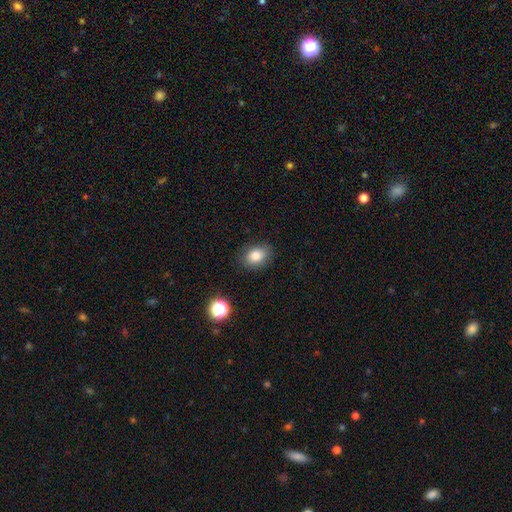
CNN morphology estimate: Smooth or featured: smooth — 83% (star or artifact — 10%)
How rounded: in between — 68% (round — 31%)
Merging: none — 86% (minor disturbance — 10%)